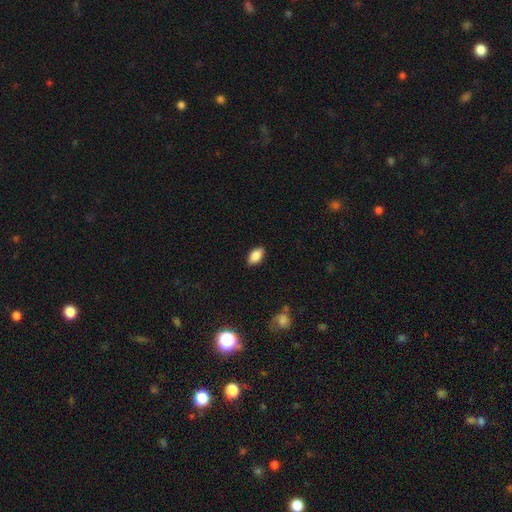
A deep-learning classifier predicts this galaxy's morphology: Overall: smooth (86%). How rounded: in between (92%). Merging: none (87%).